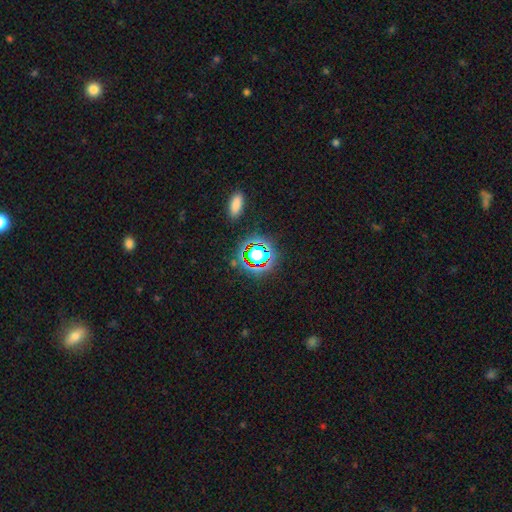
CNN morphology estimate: Smooth or featured? Predicted: star or artifact (p=0.63).